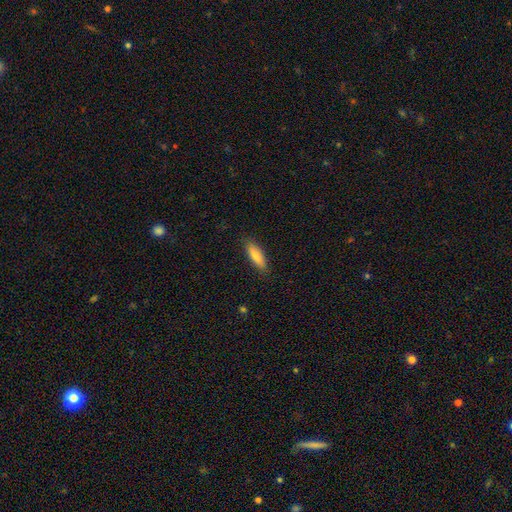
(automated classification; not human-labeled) smooth 77%, featured or disk 16%, star or artifact 7%. Down the decision tree: how rounded — cigar-shaped (53%); merging — none (87%).